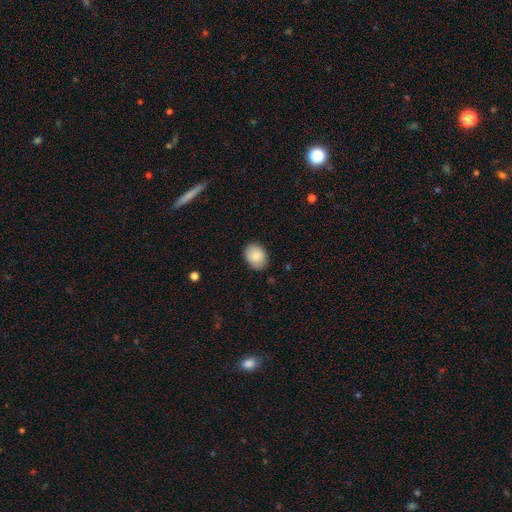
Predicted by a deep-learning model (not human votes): A smooth galaxy with no disk features (87%) that is in between round and cigar-shaped (63%).

Vote fractions:
- Smooth or featured? smooth: 87% / star or artifact: 7% / featured or disk: 6%
- How rounded? in between: 63% / round: 36% / cigar-shaped: 1%
- Merging? none: 85% / minor disturbance: 11% / major disturbance: 2% / merger: 1%